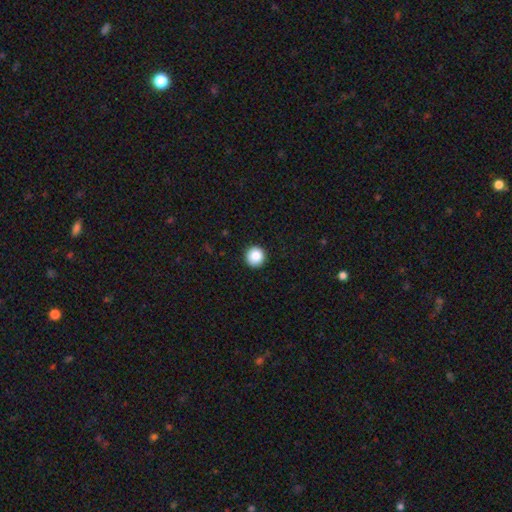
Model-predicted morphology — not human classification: Smooth or featured: smooth — 86% (star or artifact — 9%)
How rounded: round — 96% (in between — 4%)
Merging: none — 93% (minor disturbance — 4%)